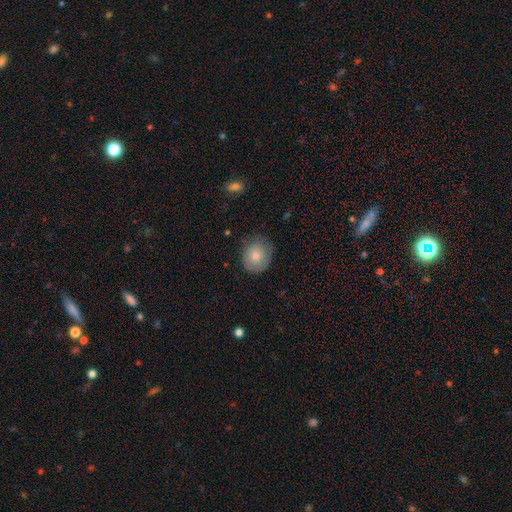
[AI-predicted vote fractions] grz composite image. It shows a smooth galaxy with no disk features (77%) that is round (73%). Merging: none (70%).